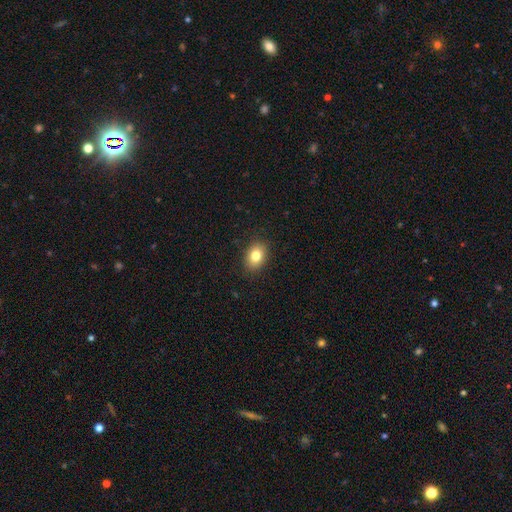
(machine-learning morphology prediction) type=smooth (81%); roundness=in between (69%); merging=none (88%).